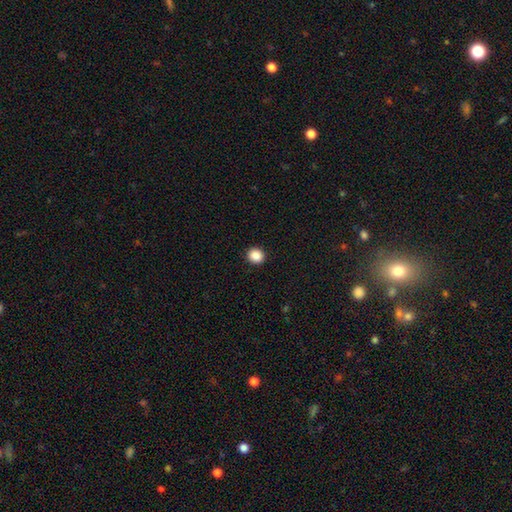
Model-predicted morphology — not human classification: smooth_or_featured: smooth (p=0.88) [alt: star or artifact p=0.09]
how_rounded: round (p=0.83) [alt: in between p=0.16]
merging: none (p=0.92) [alt: minor disturbance p=0.05]